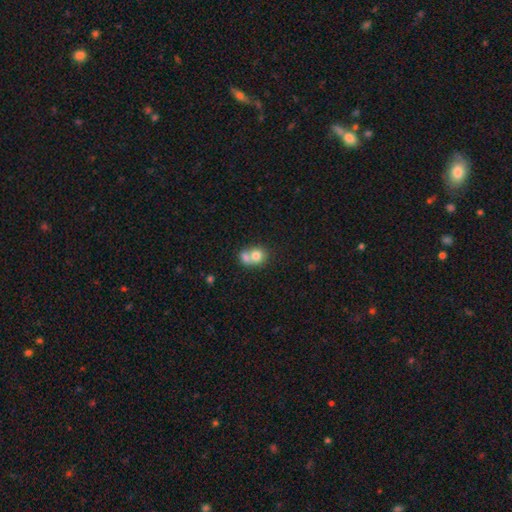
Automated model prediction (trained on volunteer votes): Smooth or featured? Predicted: smooth (p=0.75). How rounded? Predicted: round (p=0.66). Merging? Predicted: merger (p=0.63).